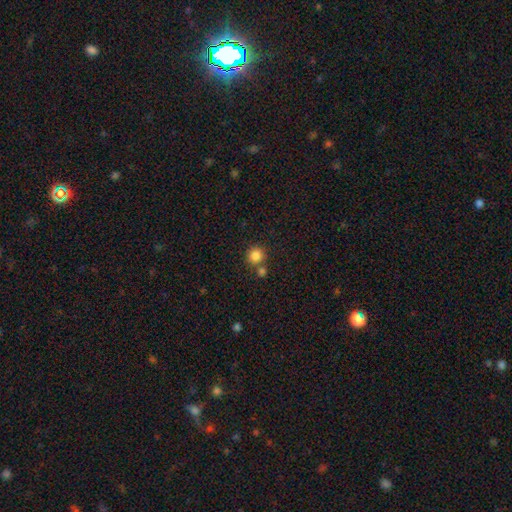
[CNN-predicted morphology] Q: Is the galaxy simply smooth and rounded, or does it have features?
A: smooth — 85%.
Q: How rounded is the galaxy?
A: round — 93%.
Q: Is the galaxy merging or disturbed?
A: none — 70%.